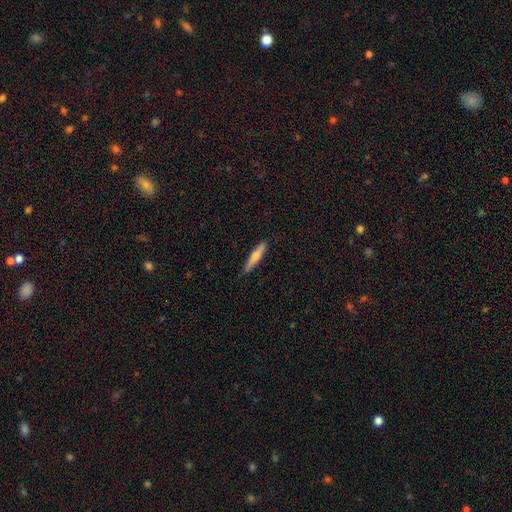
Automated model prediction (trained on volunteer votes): smooth 63%, featured or disk 32%, star or artifact 6%. Down the decision tree: how rounded — cigar-shaped (89%); merging — none (89%).